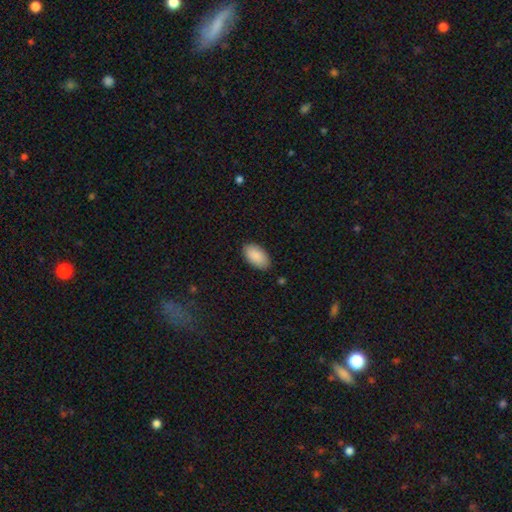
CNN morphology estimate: A smooth galaxy with no disk features (90%) that is in between round and cigar-shaped (95%). Merging: none (86%).